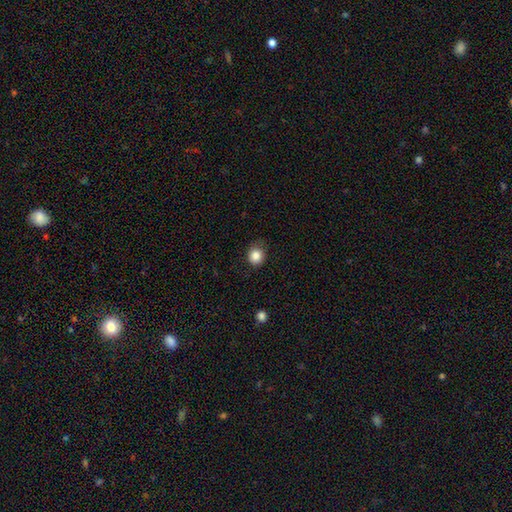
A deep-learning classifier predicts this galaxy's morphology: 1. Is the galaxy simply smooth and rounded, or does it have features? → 85% smooth, 10% star or artifact, 4% featured or disk.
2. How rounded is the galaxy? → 79% round, 20% in between, 1% cigar-shaped.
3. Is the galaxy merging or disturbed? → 78% none, 17% minor disturbance, 4% major disturbance, 1% merger.